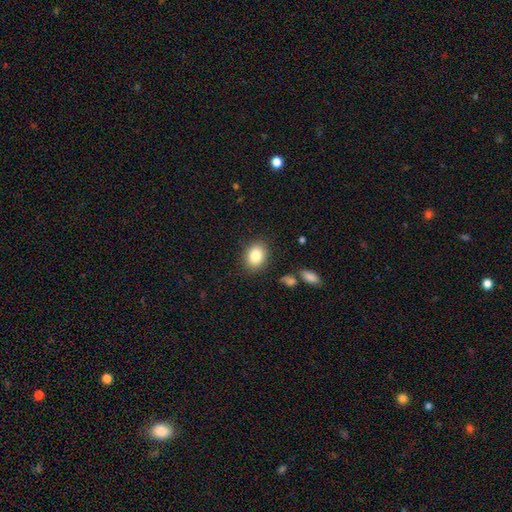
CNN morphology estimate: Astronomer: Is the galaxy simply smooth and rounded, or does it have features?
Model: smooth — 84%.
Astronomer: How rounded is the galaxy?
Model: in between — 58% (runner-up: round, 41%).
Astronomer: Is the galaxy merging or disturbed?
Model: none — 86%.